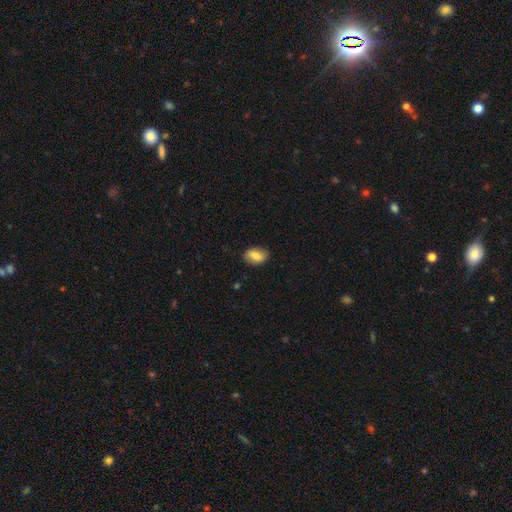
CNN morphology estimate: smooth-or-featured: smooth: 74% | featured or disk: 19% | star or artifact: 7%
  how-rounded: in between: 87% | round: 11% | cigar-shaped: 2%
  merging: none: 83% | minor disturbance: 13% | major disturbance: 3% | merger: 1%